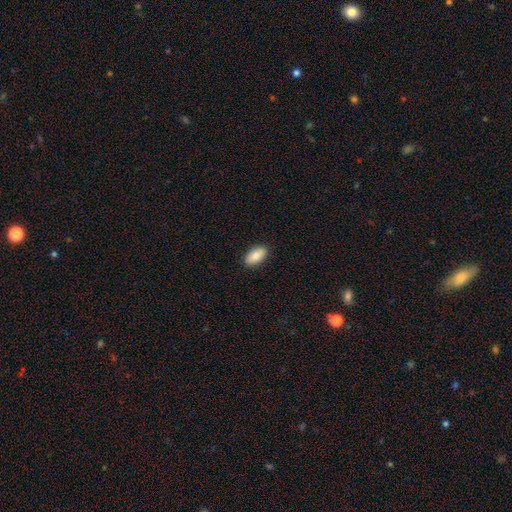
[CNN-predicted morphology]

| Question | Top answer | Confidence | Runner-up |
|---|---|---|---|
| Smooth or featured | smooth | 85% | featured or disk (9%) |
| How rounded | in between | 93% | cigar-shaped (4%) |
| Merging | none | 90% | minor disturbance (8%) |